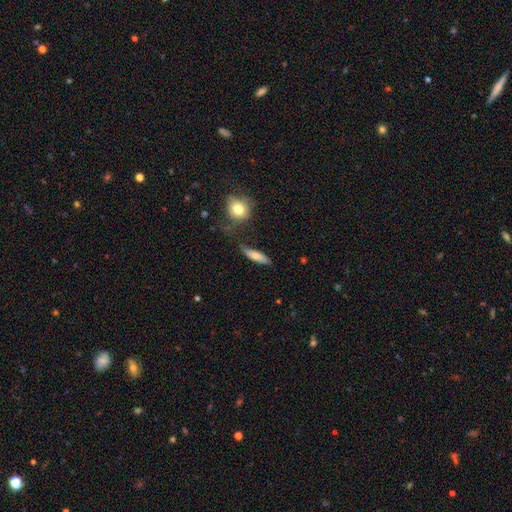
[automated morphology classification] This appears to be a smooth galaxy with no disk features (69%) that is cigar-shaped (62%). Merging: none (69%).